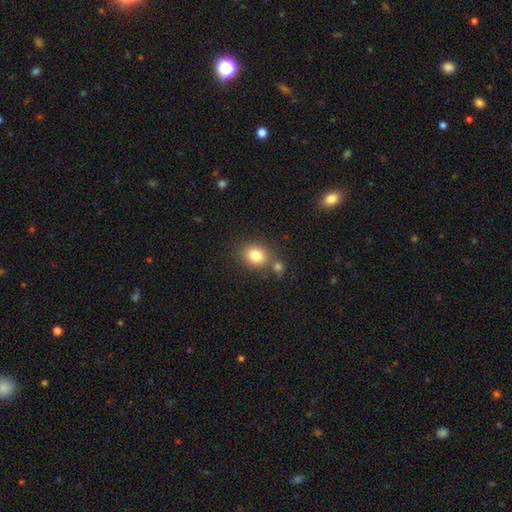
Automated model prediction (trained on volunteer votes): A smooth galaxy with no disk features (81%) that is round (64%).

Vote fractions:
- Smooth or featured? smooth: 81% / star or artifact: 11% / featured or disk: 9%
- How rounded? round: 64% / in between: 35% / cigar-shaped: 1%
- Merging? none: 66% / merger: 20% / minor disturbance: 11% / major disturbance: 4%